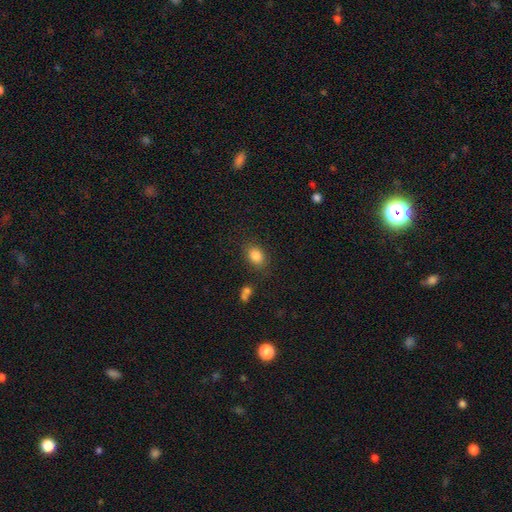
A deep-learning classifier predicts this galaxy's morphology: Smooth or featured? Predicted: smooth (p=0.84). How rounded? Predicted: in between (p=0.64). Merging? Predicted: none (p=0.81).